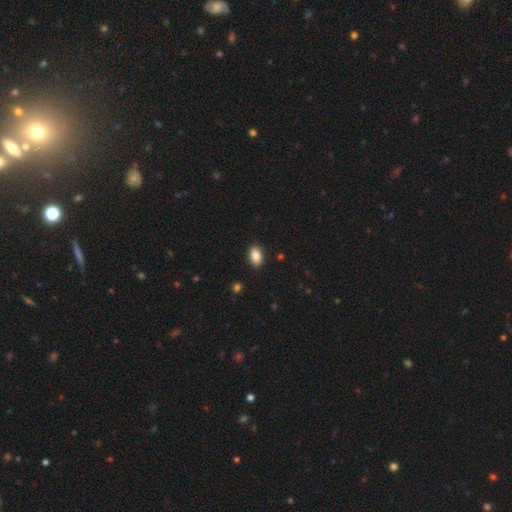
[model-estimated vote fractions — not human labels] This appears to be a smooth galaxy with no disk features (87%) that is in between round and cigar-shaped (88%). Merging: none (90%).